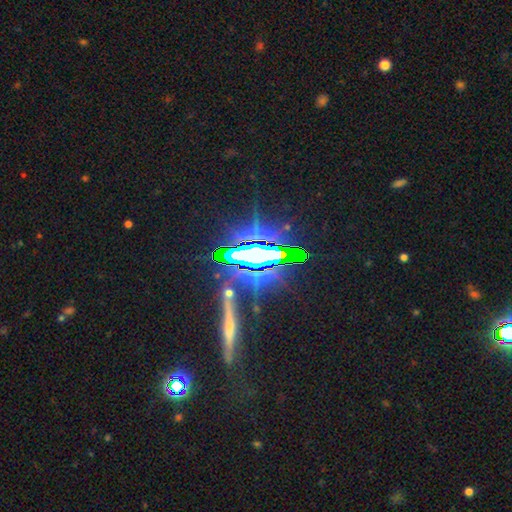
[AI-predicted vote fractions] This is likely a star or artifact rather than a galaxy (76%).